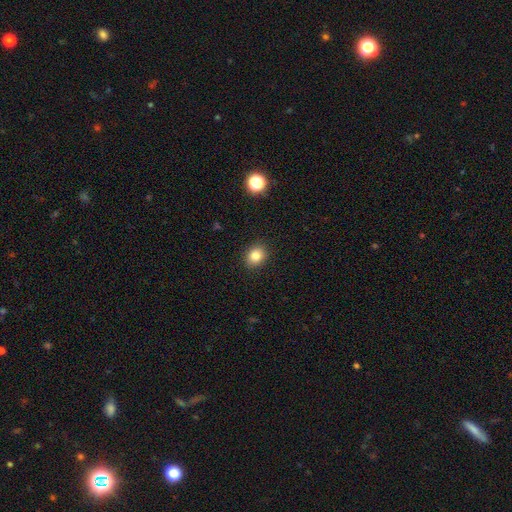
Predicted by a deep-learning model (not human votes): Morphology: type=smooth (82%); roundness=round (53%); merging=none (90%).